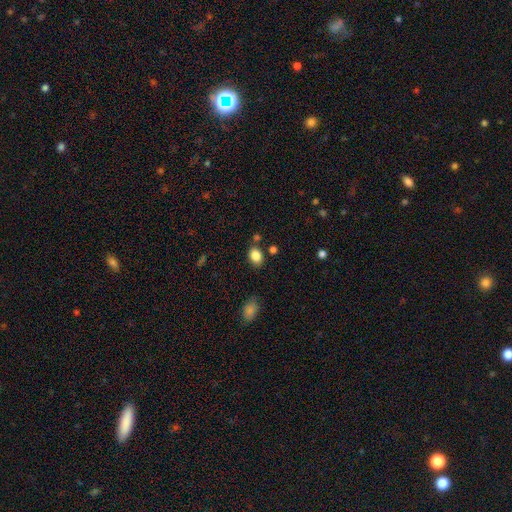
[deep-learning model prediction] smooth_or_featured: smooth (p=0.86) [alt: star or artifact p=0.09]
how_rounded: in between (p=0.69) [alt: round p=0.30]
merging: none (p=0.77) [alt: minor disturbance p=0.13]